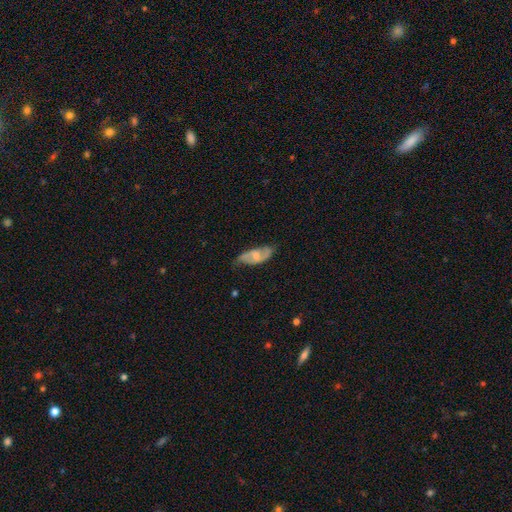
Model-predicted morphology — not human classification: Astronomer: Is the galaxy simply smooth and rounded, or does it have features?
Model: featured or disk — 61%.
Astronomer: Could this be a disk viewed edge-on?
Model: no — 92%.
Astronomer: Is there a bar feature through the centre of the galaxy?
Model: weak — 47% (runner-up: no, 39%).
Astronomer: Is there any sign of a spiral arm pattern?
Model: yes — 86%.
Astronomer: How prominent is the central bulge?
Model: small — 38% (runner-up: moderate, 33%).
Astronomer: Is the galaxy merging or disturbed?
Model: none — 63%.